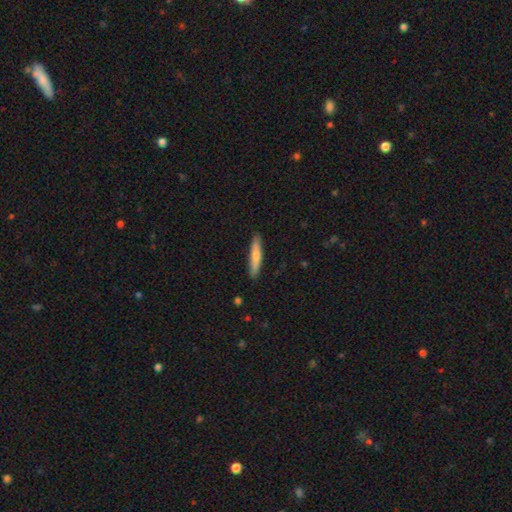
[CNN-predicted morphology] Overall: smooth (65%; featured or disk 29%). How rounded: cigar-shaped (89%). Merging: none (88%).